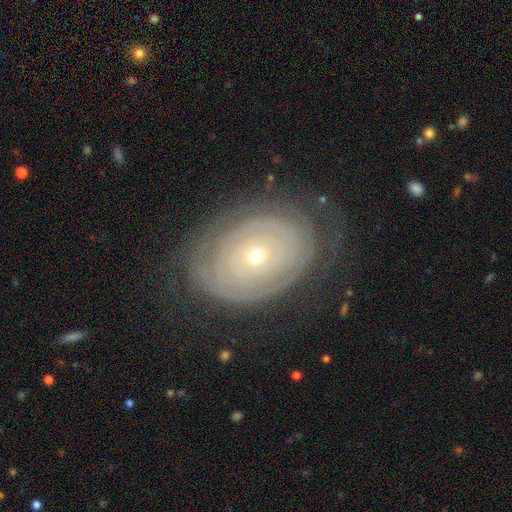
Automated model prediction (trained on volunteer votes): featured or disk 73%, smooth 20%, star or artifact 7%. Down the decision tree: edge-on disk — no (95%); bar — no (88%); spiral arms — yes (65%); bulge size — small (66%); merging — none (73%).